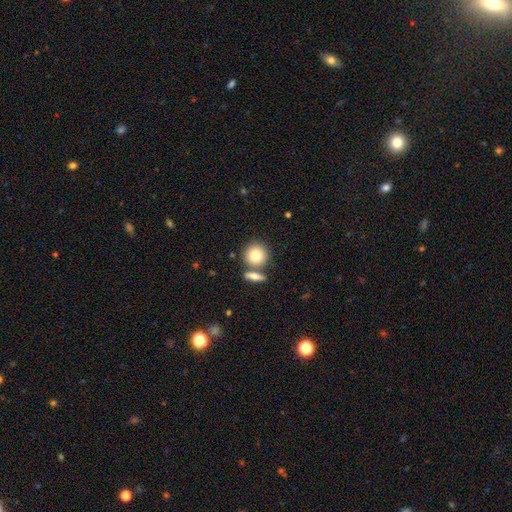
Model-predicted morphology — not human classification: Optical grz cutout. It shows a smooth galaxy with no disk features (79%) that is round (88%). Merging: none (65%).